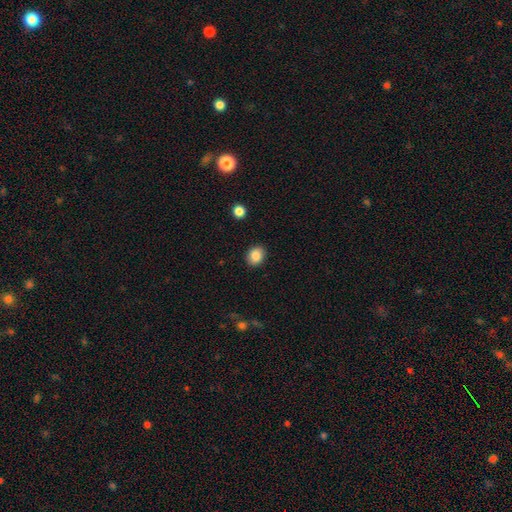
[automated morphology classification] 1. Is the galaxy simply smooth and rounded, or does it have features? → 86% smooth, 8% star or artifact, 5% featured or disk.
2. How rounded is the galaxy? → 52% in between, 47% round, 1% cigar-shaped.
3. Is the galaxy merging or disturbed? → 89% none, 8% minor disturbance, 2% major disturbance, 1% merger.